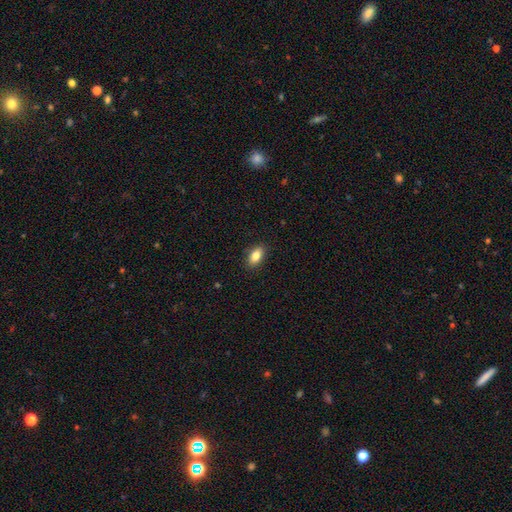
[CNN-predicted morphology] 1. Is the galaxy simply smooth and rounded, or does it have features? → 83% smooth, 10% featured or disk, 8% star or artifact.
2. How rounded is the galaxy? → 89% in between, 6% round, 5% cigar-shaped.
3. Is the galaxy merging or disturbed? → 89% none, 8% minor disturbance, 2% major disturbance, 1% merger.